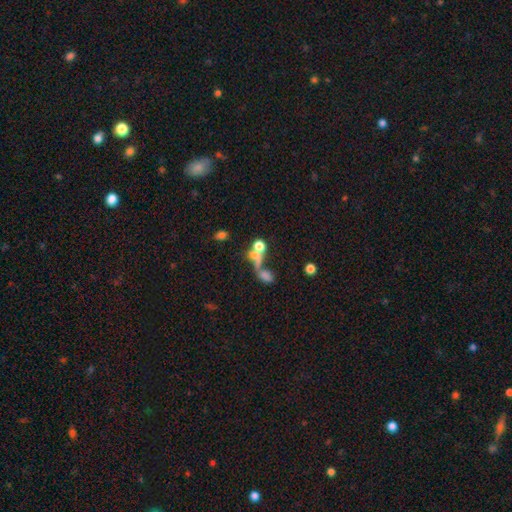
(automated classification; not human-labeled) Smooth or featured: smooth — 60% (featured or disk — 22%)
How rounded: round — 53% (in between — 36%)
Merging: merger — 51% (none — 25%)